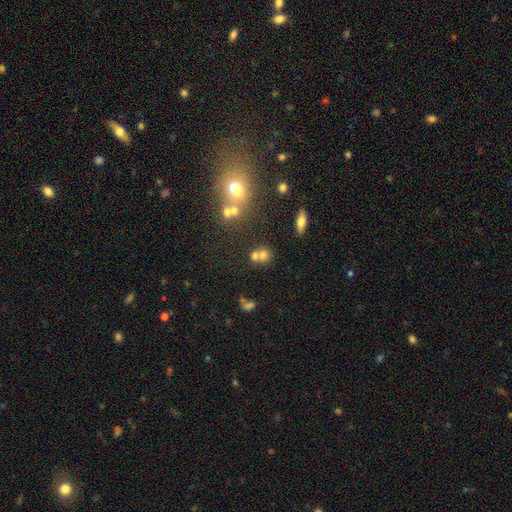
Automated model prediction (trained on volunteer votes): Morphology: type=smooth (65%); roundness=round (76%); merging=merger (47%).